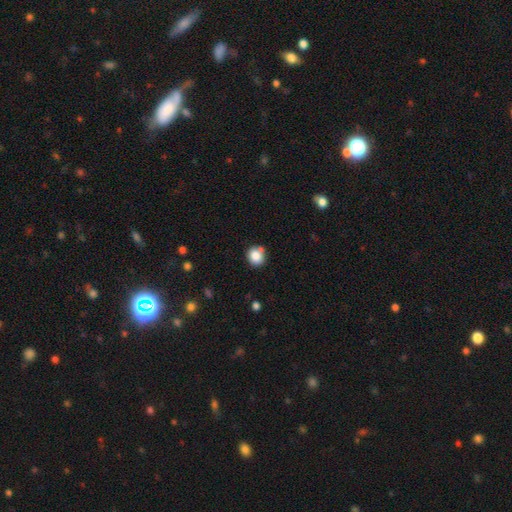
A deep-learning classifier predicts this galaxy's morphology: smooth-or-featured: smooth: 84% | star or artifact: 10% | featured or disk: 6%
  how-rounded: round: 86% | in between: 13% | cigar-shaped: 1%
  merging: none: 75% | minor disturbance: 13% | merger: 9% | major disturbance: 3%